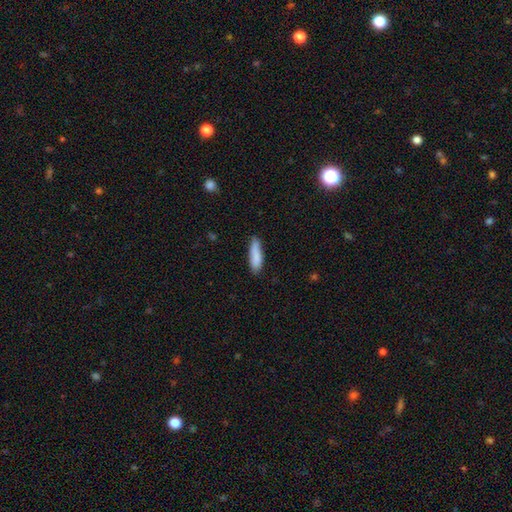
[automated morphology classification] Smooth or featured: smooth — 86% (featured or disk — 8%)
How rounded: cigar-shaped — 66% (in between — 32%)
Merging: none — 78% (minor disturbance — 18%)